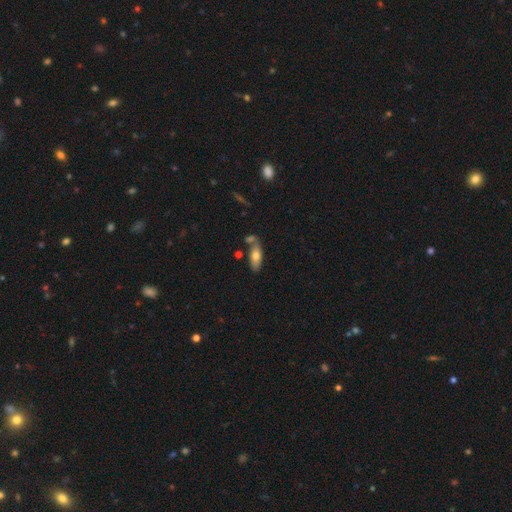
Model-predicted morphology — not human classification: Smooth or featured?
  - smooth: 65% *
  - featured or disk: 28%
  - star or artifact: 7%
How rounded?
  - in between: 71% *
  - cigar-shaped: 26%
  - round: 3%
Merging?
  - none: 61% *
  - merger: 18%
  - minor disturbance: 16%
  - major disturbance: 5%